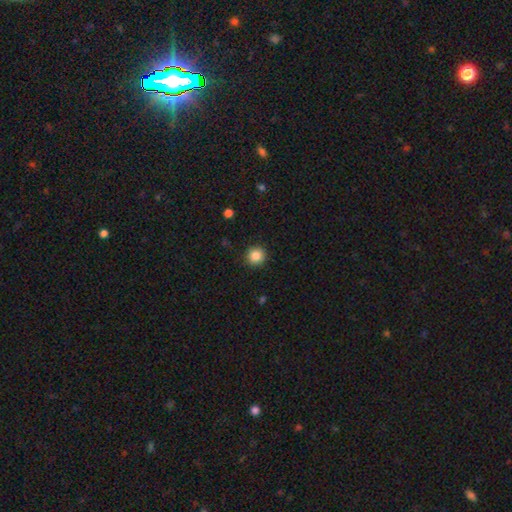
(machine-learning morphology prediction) type=smooth (86%); roundness=round (94%); merging=none (92%).